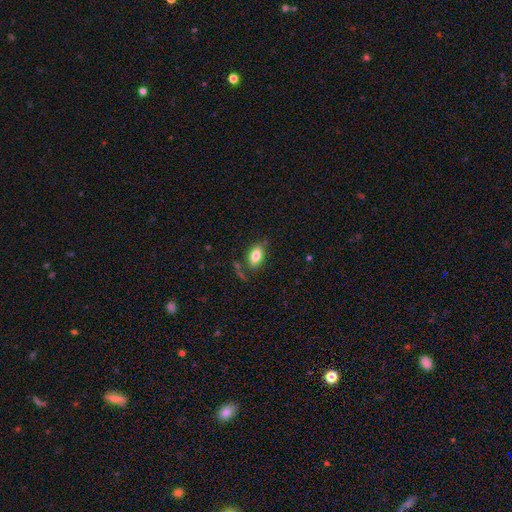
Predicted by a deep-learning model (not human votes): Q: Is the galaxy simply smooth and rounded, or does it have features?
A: smooth — 79%.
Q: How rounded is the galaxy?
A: in between — 90%.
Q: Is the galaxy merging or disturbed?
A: none — 74%.